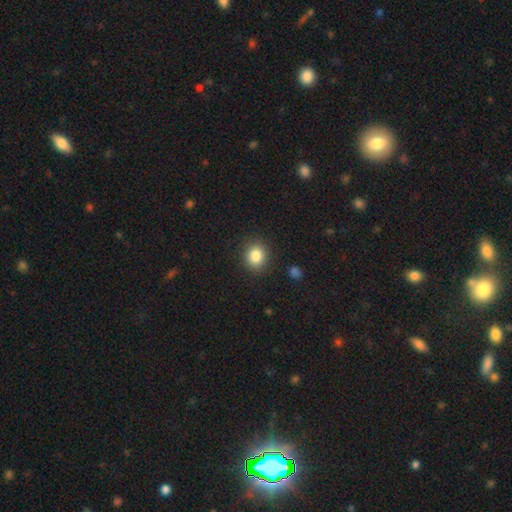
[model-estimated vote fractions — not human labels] Q: Smooth or featured?
A: smooth (85%); runner-up: star or artifact (10%)
Q: How rounded?
A: round (72%); runner-up: in between (27%)
Q: Merging?
A: none (88%); runner-up: minor disturbance (8%)